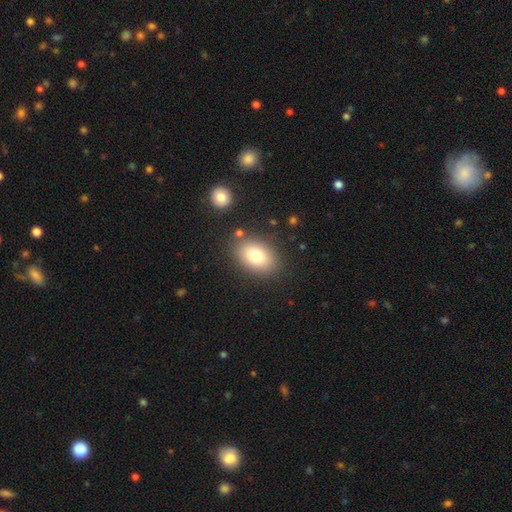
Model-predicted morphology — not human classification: A smooth galaxy with no disk features (78%) that is in between round and cigar-shaped (80%).

Vote fractions:
- Smooth or featured? smooth: 78% / featured or disk: 12% / star or artifact: 10%
- How rounded? in between: 80% / round: 19% / cigar-shaped: 1%
- Merging? none: 83% / minor disturbance: 10% / merger: 4% / major disturbance: 3%